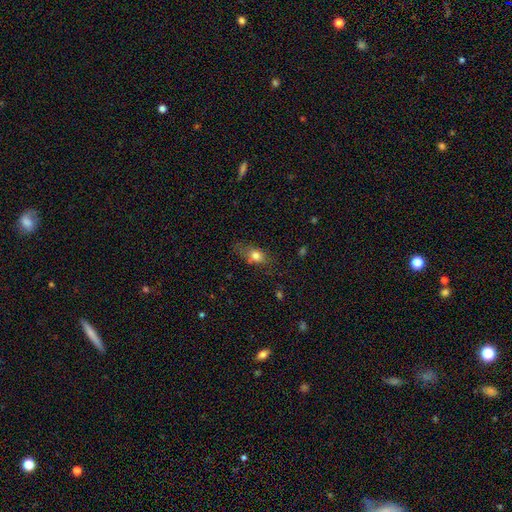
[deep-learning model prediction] Smooth or featured: smooth — 76% (featured or disk — 13%)
How rounded: in between — 72% (round — 20%)
Merging: none — 57% (minor disturbance — 27%)